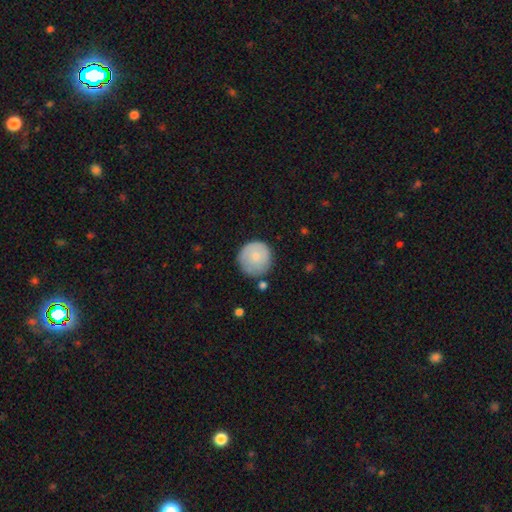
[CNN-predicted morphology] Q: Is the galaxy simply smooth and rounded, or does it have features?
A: smooth — 79%.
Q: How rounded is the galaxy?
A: round — 95%.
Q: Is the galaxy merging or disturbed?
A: none — 77%.